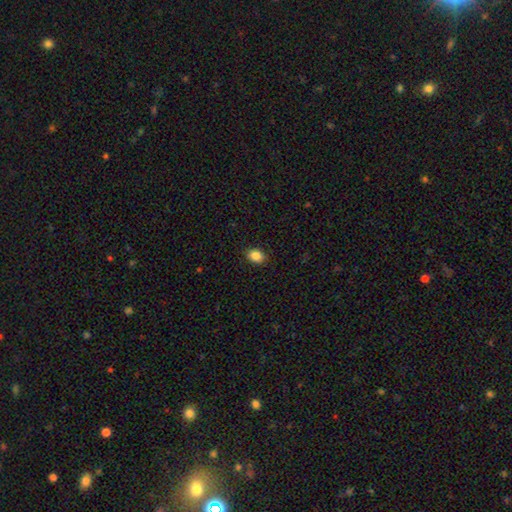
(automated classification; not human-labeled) smooth_or_featured: smooth (p=0.87) [alt: star or artifact p=0.09]
how_rounded: in between (p=0.67) [alt: round p=0.32]
merging: none (p=0.89) [alt: minor disturbance p=0.08]